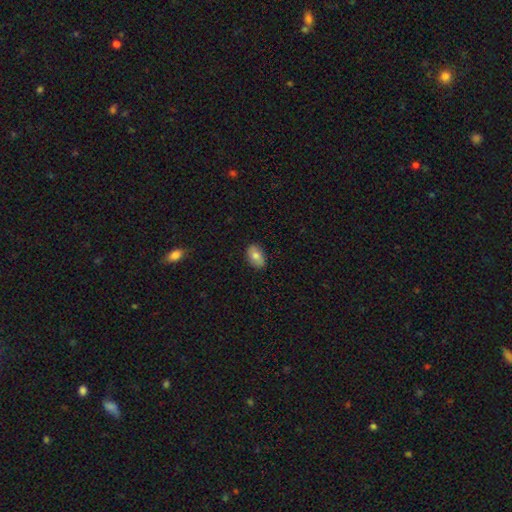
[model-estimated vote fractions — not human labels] Smooth or featured: smooth — 80% (featured or disk — 13%)
How rounded: in between — 90% (round — 8%)
Merging: none — 86% (minor disturbance — 11%)